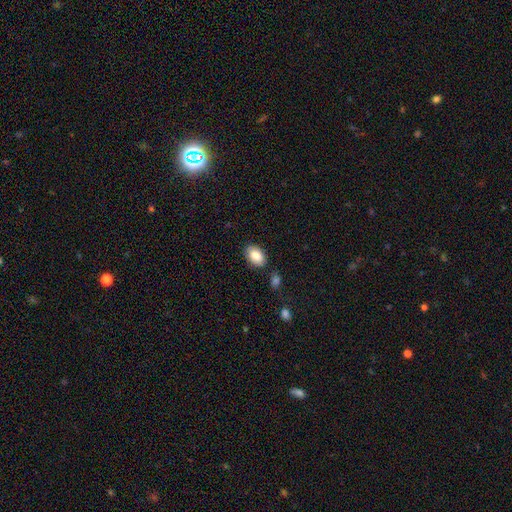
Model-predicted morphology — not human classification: Smooth or featured? smooth (86%)
How rounded? in between (89%)
Merging? none (80%)